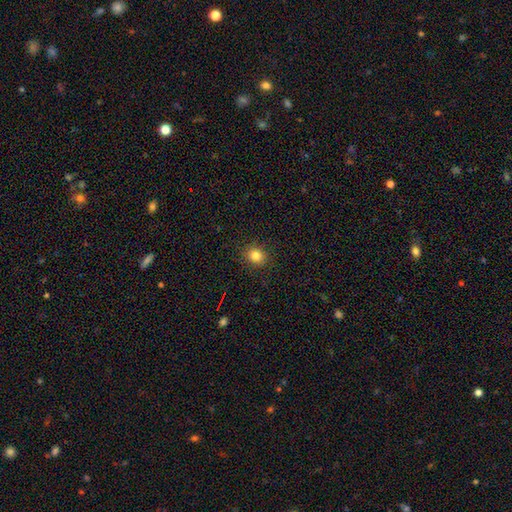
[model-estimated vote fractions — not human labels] smooth-or-featured: smooth: 82% | star or artifact: 12% | featured or disk: 6%
  how-rounded: round: 72% | in between: 27% | cigar-shaped: 1%
  merging: none: 90% | minor disturbance: 7% | major disturbance: 2% | merger: 1%